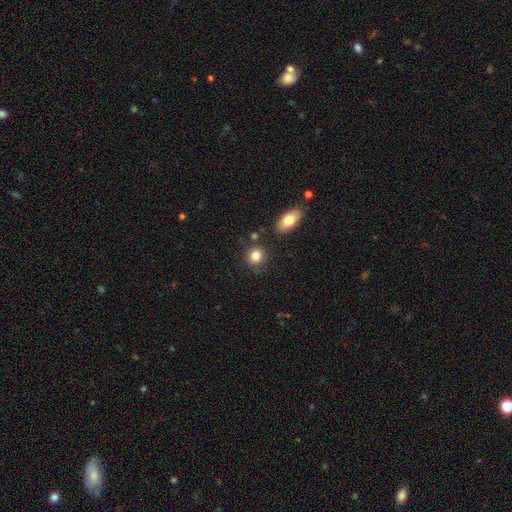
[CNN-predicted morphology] smooth_or_featured: smooth (p=0.83) [alt: star or artifact p=0.09]
how_rounded: round (p=0.75) [alt: in between p=0.24]
merging: none (p=0.80) [alt: minor disturbance p=0.11]